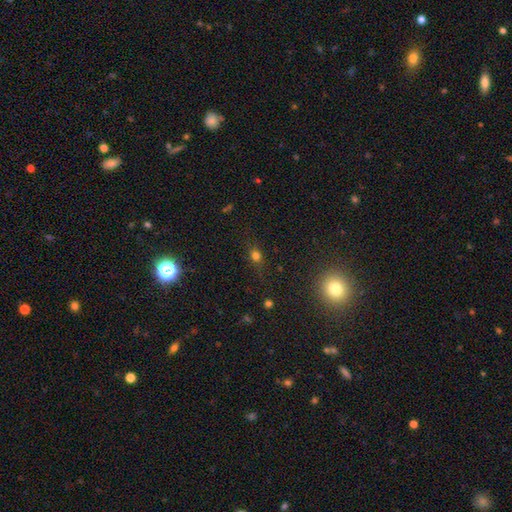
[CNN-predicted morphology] Smooth or featured? smooth (67%)
How rounded? round (57%)
Merging? none (74%)